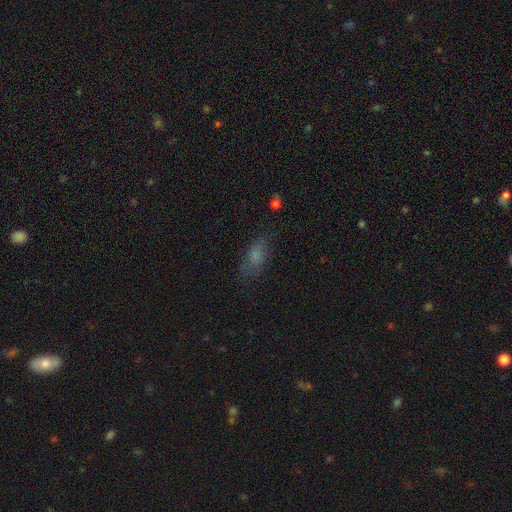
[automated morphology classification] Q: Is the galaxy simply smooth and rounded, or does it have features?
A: smooth — 70%.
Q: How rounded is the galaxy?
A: in between — 78%.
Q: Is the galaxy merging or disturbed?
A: none — 67%.